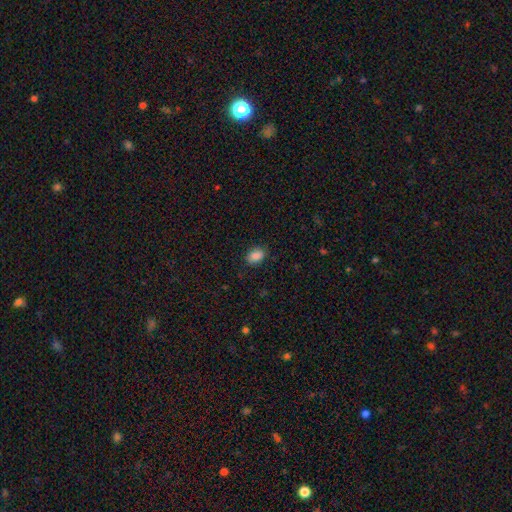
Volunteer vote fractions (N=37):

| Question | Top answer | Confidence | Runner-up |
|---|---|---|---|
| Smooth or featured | smooth | 97% | featured or disk (3%) |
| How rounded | in between | 89% | round (11%) |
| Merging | none | 73% | minor disturbance (19%) |